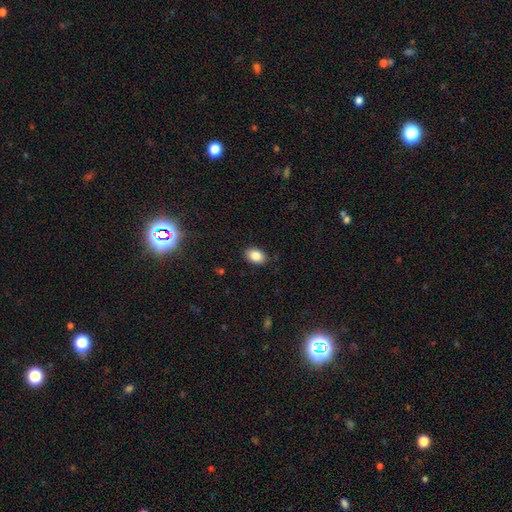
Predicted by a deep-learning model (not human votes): Smooth or featured?
  - smooth: 86% *
  - star or artifact: 9%
  - featured or disk: 6%
How rounded?
  - in between: 84% *
  - round: 15%
  - cigar-shaped: 1%
Merging?
  - none: 87% *
  - minor disturbance: 10%
  - major disturbance: 2%
  - merger: 1%